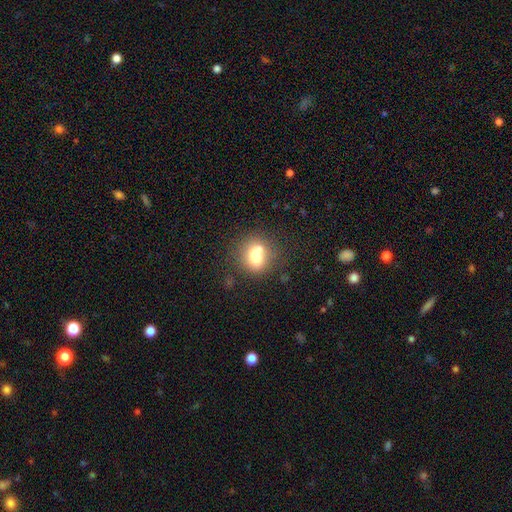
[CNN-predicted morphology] A smooth galaxy with no disk features (70%) that is round (72%).

Vote fractions:
- Smooth or featured? smooth: 70% / featured or disk: 19% / star or artifact: 11%
- How rounded? round: 72% / in between: 27% / cigar-shaped: 1%
- Merging? none: 54% / merger: 26% / minor disturbance: 14% / major disturbance: 5%